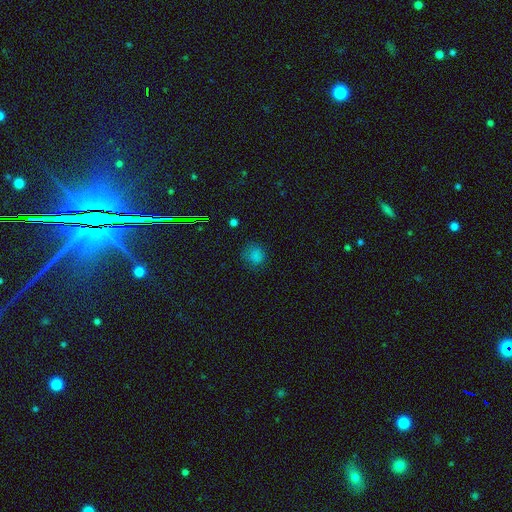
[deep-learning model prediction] smooth-or-featured: smooth: 76% | star or artifact: 19% | featured or disk: 5%
  how-rounded: round: 80% | in between: 18% | cigar-shaped: 1%
  merging: none: 75% | minor disturbance: 18% | major disturbance: 6% | merger: 1%